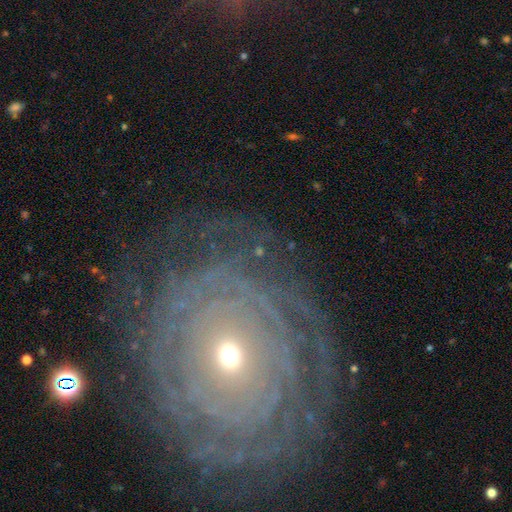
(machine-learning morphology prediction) Smooth or featured?
  - featured or disk: 82% *
  - smooth: 10%
  - star or artifact: 9%
Edge-on disk?
  - no: 96% *
  - yes: 4%
Bar?
  - no: 79% *
  - weak: 14%
  - strong: 7%
Spiral arms?
  - yes: 88% *
  - no: 12%
Spiral winding?
  - tight: 87% *
  - medium: 9%
  - loose: 3%
Spiral arm count?
  - can't tell: 38% *
  - more than 4: 22%
  - 4: 12%
  - 2: 11%
  - 3: 10%
  - 1: 7%
Bulge size?
  - small: 68% *
  - moderate: 29%
  - large: 2%
  - dominant: 1%
  - none: 1%
Merging?
  - none: 79% *
  - minor disturbance: 12%
  - major disturbance: 7%
  - merger: 2%